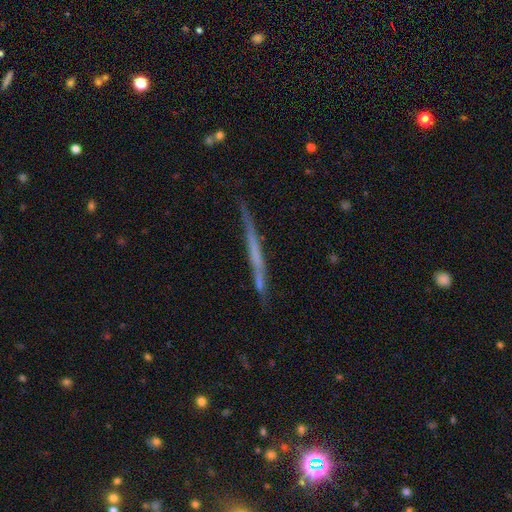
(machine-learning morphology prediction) type=featured or disk (57%); edge-on=yes (96%); edge-on bulge=none (87%); merging=none (81%).